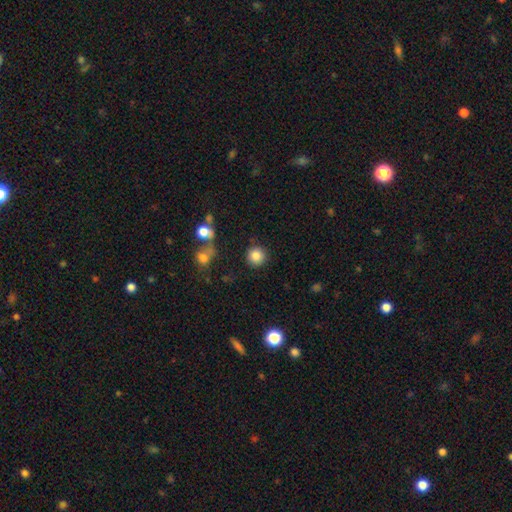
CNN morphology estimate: Smooth or featured? smooth (85%)
How rounded? round (93%)
Merging? none (85%)